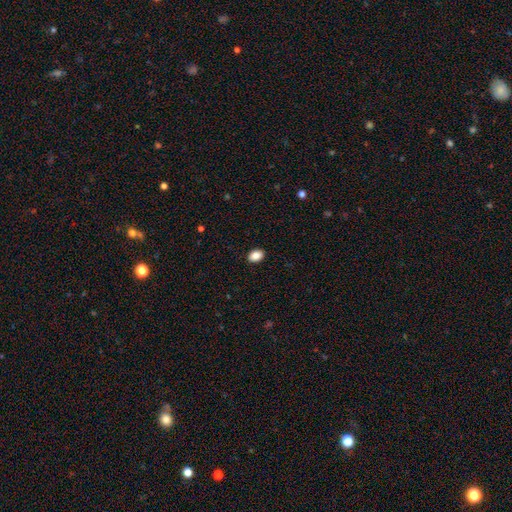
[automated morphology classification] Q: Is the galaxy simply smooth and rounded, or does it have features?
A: smooth — 89%.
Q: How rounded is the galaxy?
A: in between — 78%.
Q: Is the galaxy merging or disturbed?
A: none — 90%.